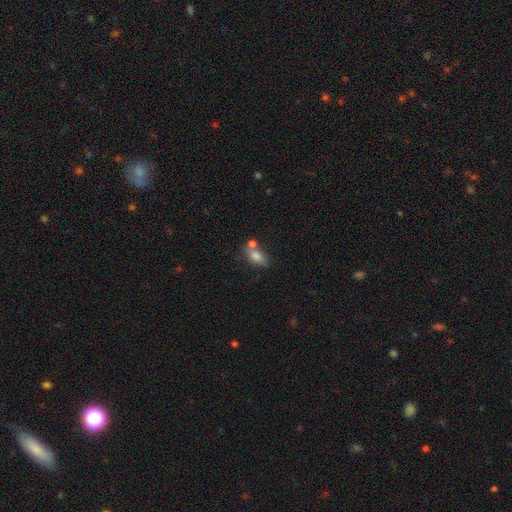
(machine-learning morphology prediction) type=smooth (76%); roundness=in between (82%); merging=none (51%).